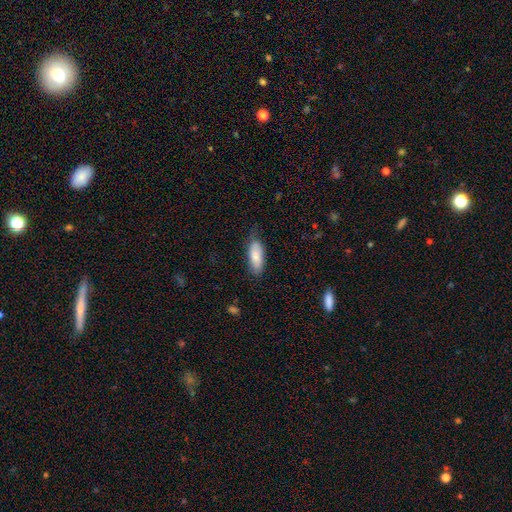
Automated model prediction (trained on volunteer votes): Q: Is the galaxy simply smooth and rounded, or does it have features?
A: smooth — 81%.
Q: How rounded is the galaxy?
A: in between — 76%.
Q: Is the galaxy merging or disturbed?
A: none — 68%.